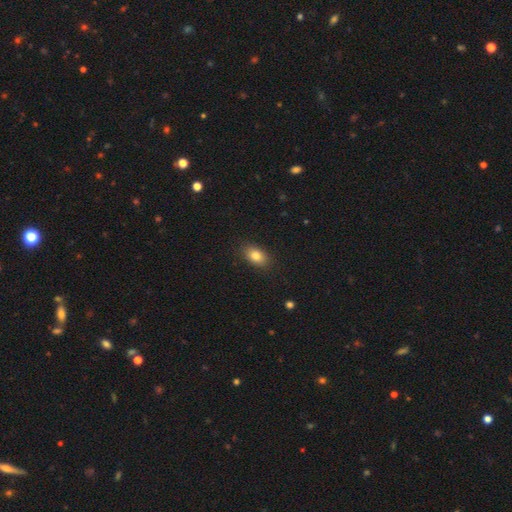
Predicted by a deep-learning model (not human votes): smooth 84%, star or artifact 9%, featured or disk 8%. Down the decision tree: how rounded — in between (87%); merging — none (87%).